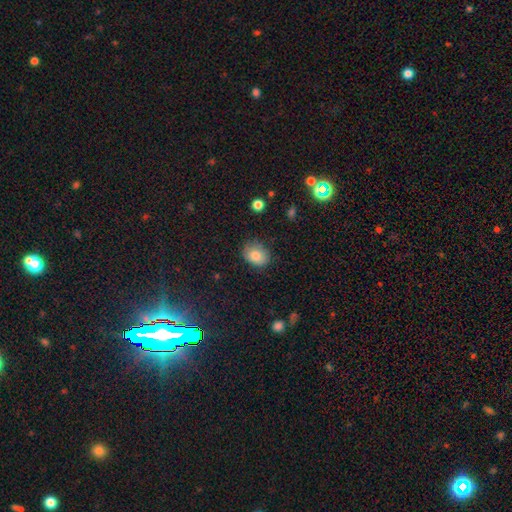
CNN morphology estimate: smooth_or_featured: smooth (p=0.83) [alt: star or artifact p=0.09]
how_rounded: in between (p=0.62) [alt: round p=0.37]
merging: none (p=0.74) [alt: minor disturbance p=0.21]